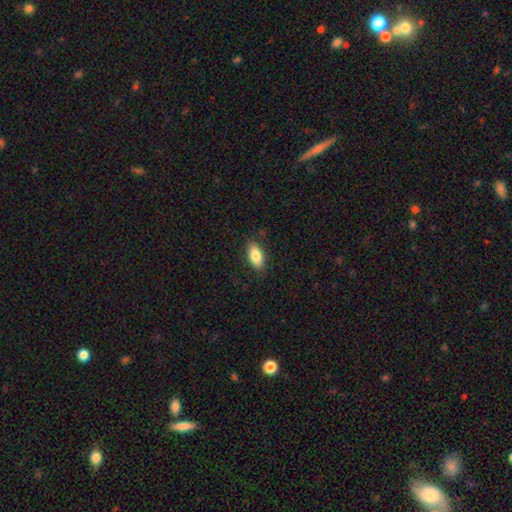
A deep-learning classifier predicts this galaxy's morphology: Smooth or featured?
  - smooth: 82% *
  - featured or disk: 11%
  - star or artifact: 7%
How rounded?
  - in between: 89% *
  - cigar-shaped: 8%
  - round: 3%
Merging?
  - none: 84% *
  - minor disturbance: 12%
  - major disturbance: 3%
  - merger: 1%